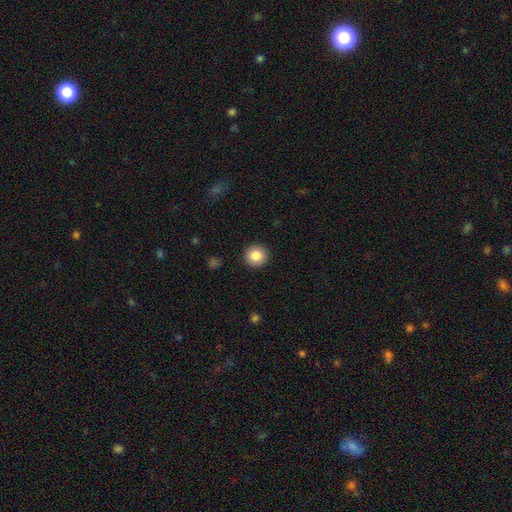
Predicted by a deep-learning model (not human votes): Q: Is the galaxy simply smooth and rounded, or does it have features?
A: smooth — 86%.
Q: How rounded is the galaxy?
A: round — 94%.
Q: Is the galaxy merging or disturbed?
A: none — 92%.